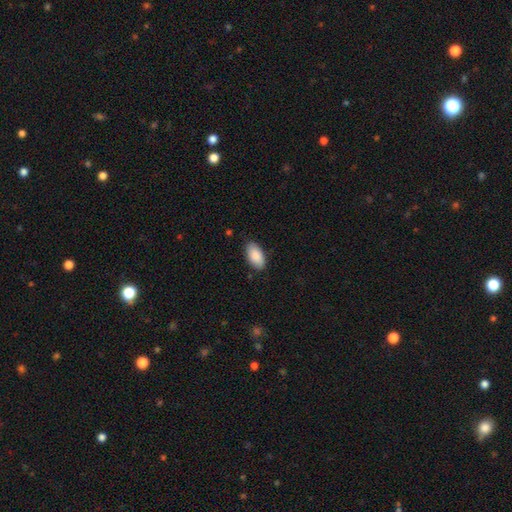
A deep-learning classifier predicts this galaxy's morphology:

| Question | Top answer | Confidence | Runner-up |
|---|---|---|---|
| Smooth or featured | smooth | 89% | star or artifact (6%) |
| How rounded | in between | 95% | cigar-shaped (3%) |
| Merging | none | 84% | minor disturbance (12%) |